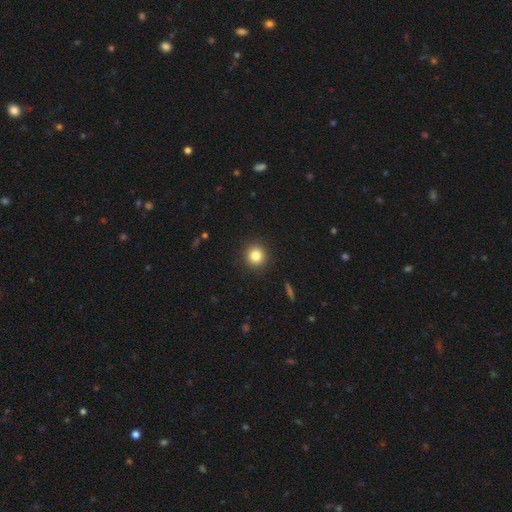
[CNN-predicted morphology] This appears to be a smooth galaxy with no disk features (82%) that is round (94%). Merging: none (92%).